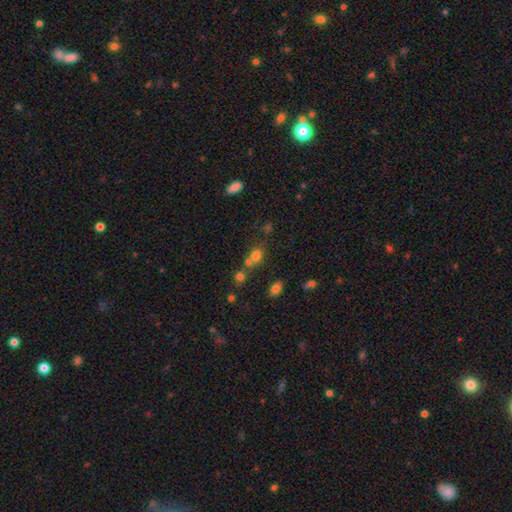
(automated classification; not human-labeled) Smooth or featured?
  - smooth: 69% *
  - star or artifact: 20%
  - featured or disk: 11%
How rounded?
  - in between: 49% *
  - round: 48%
  - cigar-shaped: 2%
Merging?
  - none: 43% *
  - merger: 40%
  - minor disturbance: 11%
  - major disturbance: 6%